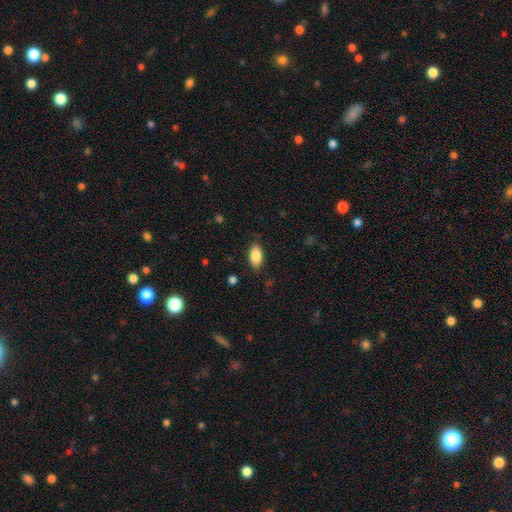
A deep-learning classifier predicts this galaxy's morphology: Q: Smooth or featured?
A: smooth (86%); runner-up: featured or disk (7%)
Q: How rounded?
A: in between (92%); runner-up: cigar-shaped (5%)
Q: Merging?
A: none (83%); runner-up: minor disturbance (13%)